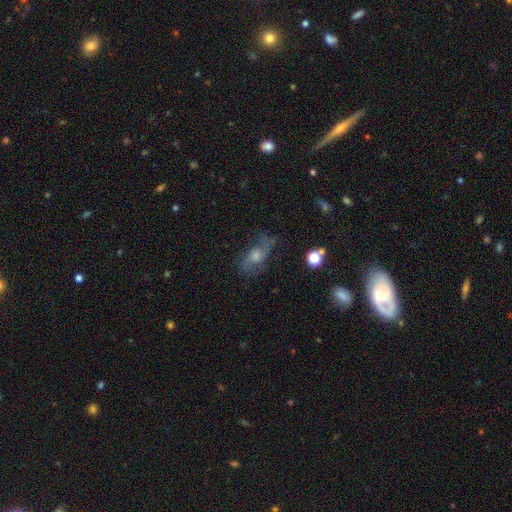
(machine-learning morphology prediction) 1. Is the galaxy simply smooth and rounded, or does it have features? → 58% featured or disk, 26% smooth, 16% star or artifact.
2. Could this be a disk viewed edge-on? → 88% no, 12% yes.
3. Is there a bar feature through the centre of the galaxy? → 65% no, 29% weak, 6% strong.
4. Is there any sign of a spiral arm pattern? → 80% yes, 20% no.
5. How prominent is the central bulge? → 52% moderate, 29% small, 10% large, 6% none, 2% dominant.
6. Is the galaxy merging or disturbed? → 57% none, 23% minor disturbance, 17% major disturbance, 3% merger.